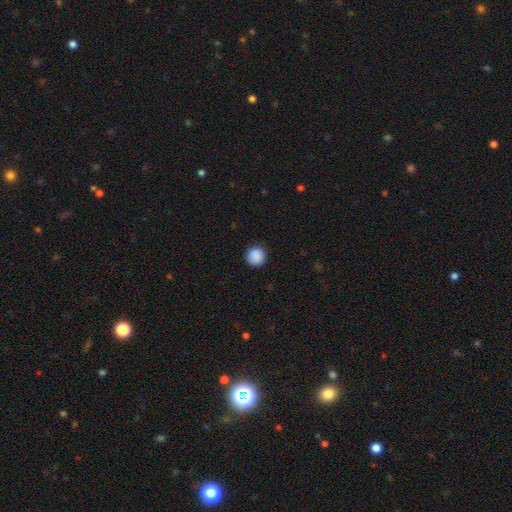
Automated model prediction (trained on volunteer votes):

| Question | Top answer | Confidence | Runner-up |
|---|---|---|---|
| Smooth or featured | smooth | 90% | star or artifact (8%) |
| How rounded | round | 95% | in between (4%) |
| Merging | none | 91% | minor disturbance (6%) |